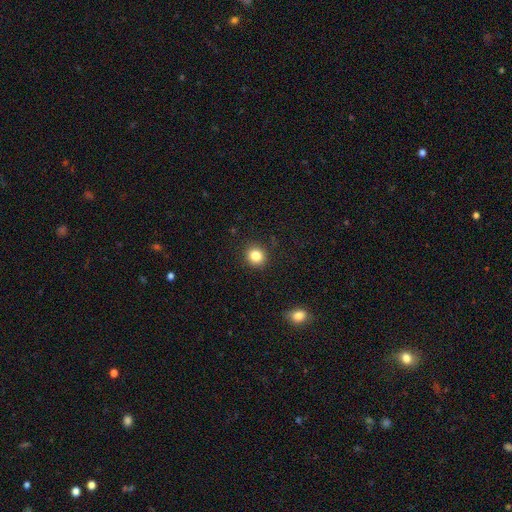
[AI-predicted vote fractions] Smooth or featured: smooth — 83% (star or artifact — 12%)
How rounded: round — 89% (in between — 10%)
Merging: none — 91% (minor disturbance — 6%)